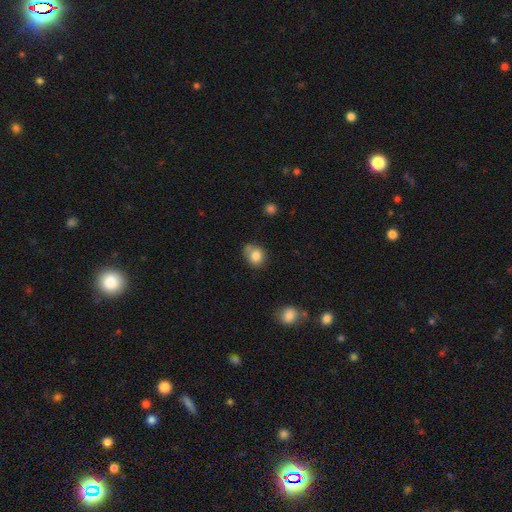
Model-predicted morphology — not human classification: A smooth galaxy with no disk features (80%) that is round (63%).

Vote fractions:
- Smooth or featured? smooth: 80% / star or artifact: 10% / featured or disk: 10%
- How rounded? round: 63% / in between: 36% / cigar-shaped: 1%
- Merging? none: 53% / minor disturbance: 26% / merger: 13% / major disturbance: 8%